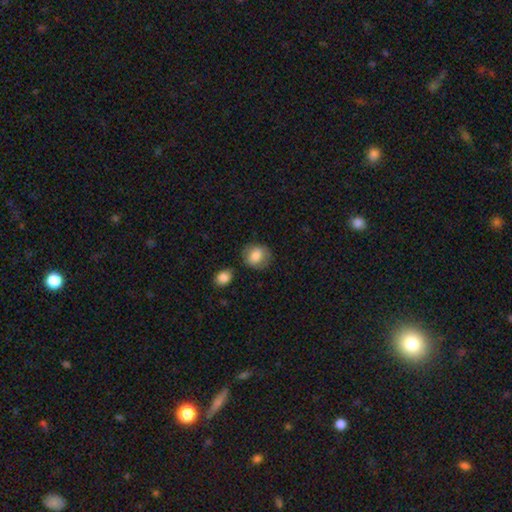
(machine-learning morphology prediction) A smooth galaxy with no disk features (80%) that is round (62%). Merging: none (73%).